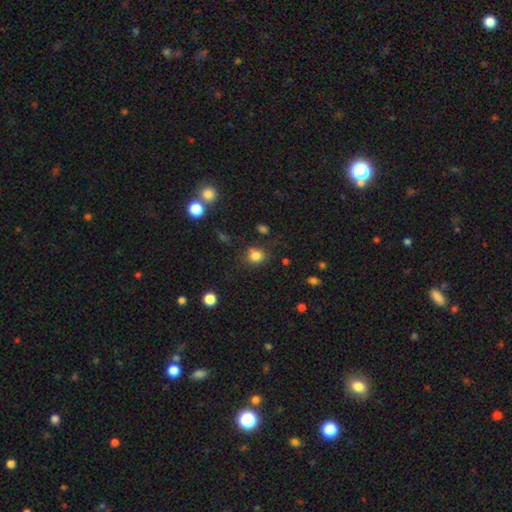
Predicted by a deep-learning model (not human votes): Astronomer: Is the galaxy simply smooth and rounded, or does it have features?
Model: smooth — 82%.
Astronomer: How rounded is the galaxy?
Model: round — 77%.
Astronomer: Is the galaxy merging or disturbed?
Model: none — 76%.